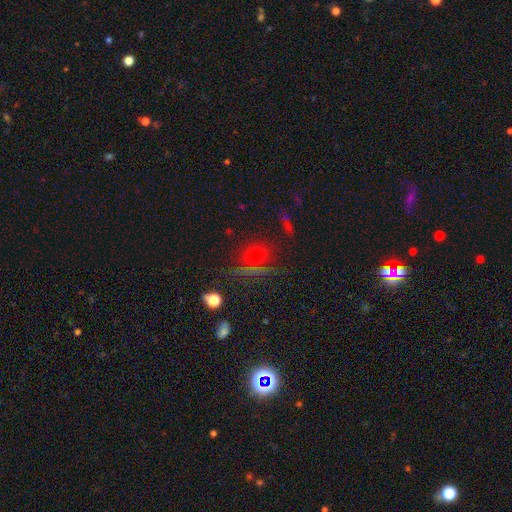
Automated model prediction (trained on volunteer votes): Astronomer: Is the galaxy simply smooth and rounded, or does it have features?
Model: smooth — 55%.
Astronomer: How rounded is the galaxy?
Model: round — 77%.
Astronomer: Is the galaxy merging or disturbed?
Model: none — 73%.